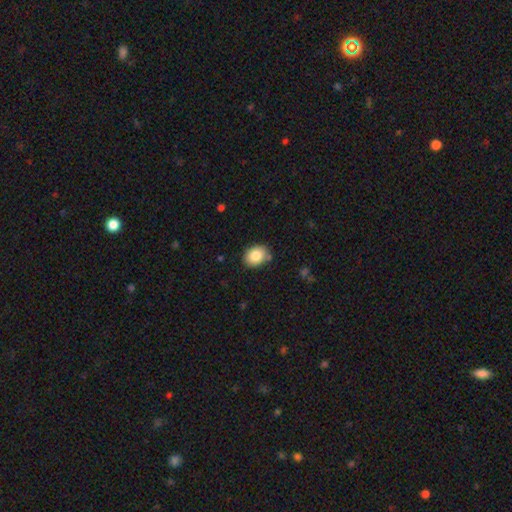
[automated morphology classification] A smooth galaxy with no disk features (83%) that is in between round and cigar-shaped (61%).

Vote fractions:
- Smooth or featured? smooth: 83% / featured or disk: 8% / star or artifact: 8%
- How rounded? in between: 61% / round: 38% / cigar-shaped: 1%
- Merging? none: 81% / minor disturbance: 13% / merger: 3% / major disturbance: 3%